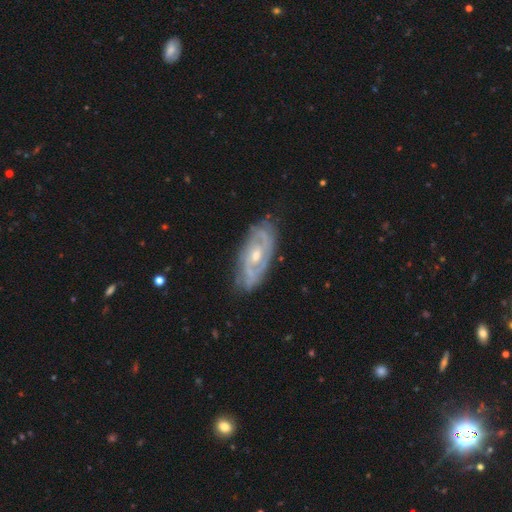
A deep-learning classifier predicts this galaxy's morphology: Smooth or featured? featured or disk (84%)
Edge-on disk? no (92%)
Bar? no (57%)
Spiral arms? yes (90%)
Spiral winding? tight (58%)
Spiral arm count? 2 (54%)
Bulge size? moderate (58%)
Merging? none (77%)